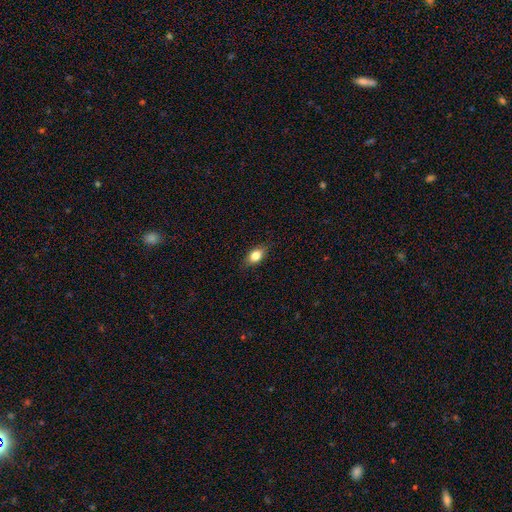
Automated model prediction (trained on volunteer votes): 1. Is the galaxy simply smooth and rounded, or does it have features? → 82% smooth, 10% featured or disk, 8% star or artifact.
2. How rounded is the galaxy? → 83% in between, 13% round, 4% cigar-shaped.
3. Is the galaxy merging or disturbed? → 85% none, 12% minor disturbance, 2% major disturbance, 1% merger.